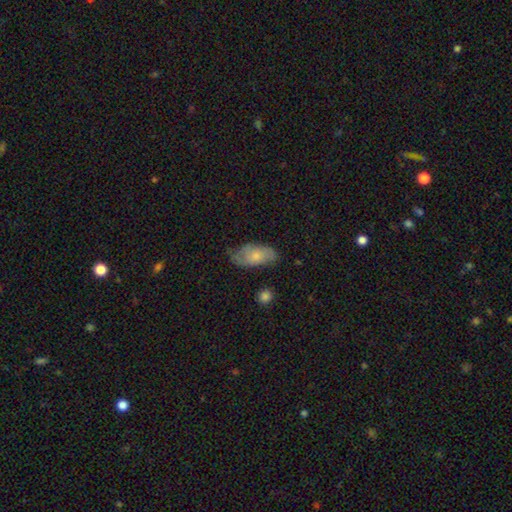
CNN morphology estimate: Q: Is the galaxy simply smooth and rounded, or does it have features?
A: smooth — 62%.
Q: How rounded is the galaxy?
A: in between — 90%.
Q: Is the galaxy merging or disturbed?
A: none — 56%.